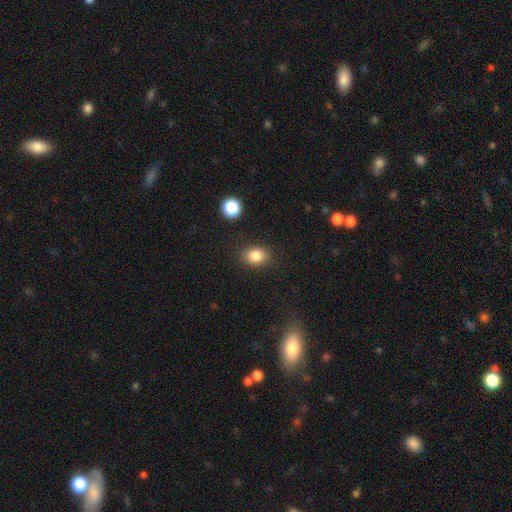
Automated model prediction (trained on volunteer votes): This appears to be a smooth galaxy with no disk features (84%) that is in between round and cigar-shaped (60%). Merging: none (84%).